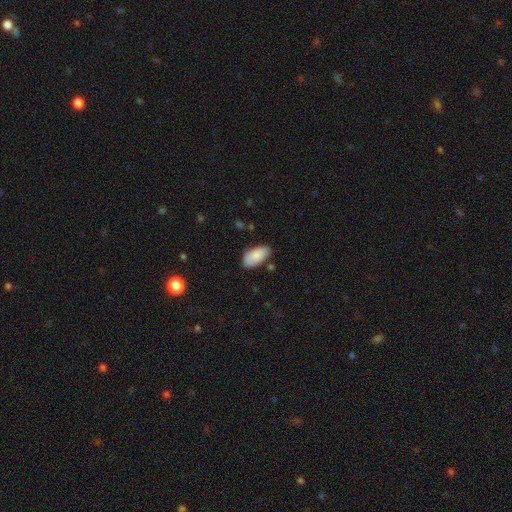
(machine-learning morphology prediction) A smooth galaxy with no disk features (87%) that is in between round and cigar-shaped (94%).

Vote fractions:
- Smooth or featured? smooth: 87% / featured or disk: 7% / star or artifact: 6%
- How rounded? in between: 94% / cigar-shaped: 4% / round: 2%
- Merging? none: 73% / minor disturbance: 20% / major disturbance: 4% / merger: 3%